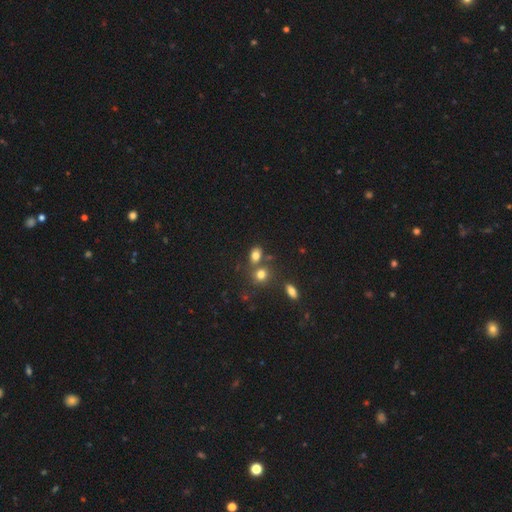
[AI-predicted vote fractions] Smooth or featured: smooth — 77% (star or artifact — 14%)
How rounded: in between — 64% (round — 34%)
Merging: none — 56% (merger — 28%)